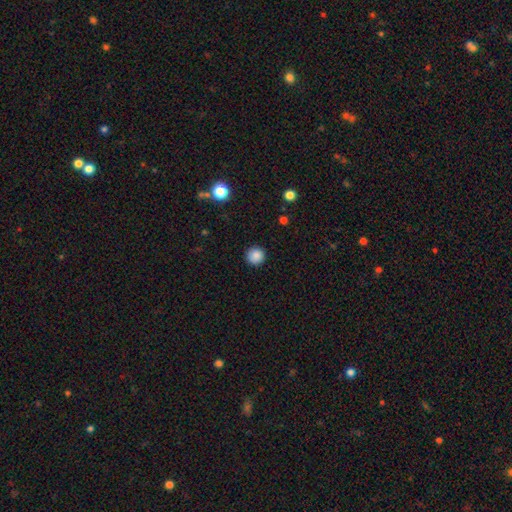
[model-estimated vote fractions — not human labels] Morphology: type=smooth (87%); roundness=round (95%); merging=none (92%).